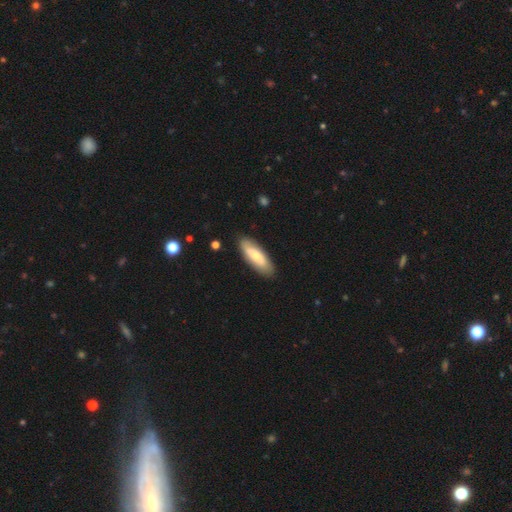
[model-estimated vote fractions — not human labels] Q: Smooth or featured?
A: smooth (59%); runner-up: featured or disk (36%)
Q: How rounded?
A: in between (65%); runner-up: cigar-shaped (33%)
Q: Merging?
A: none (86%); runner-up: minor disturbance (10%)